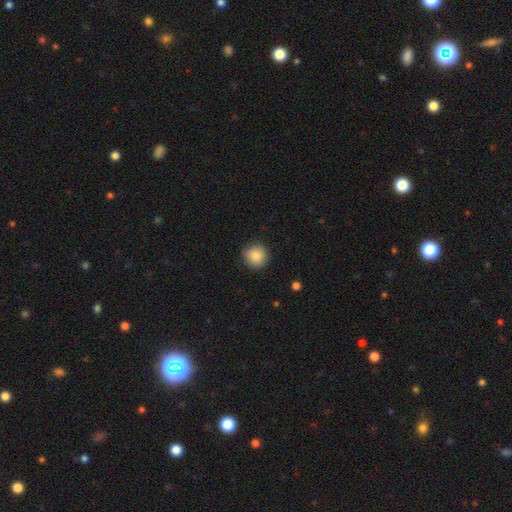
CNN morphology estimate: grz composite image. It shows a smooth galaxy with no disk features (86%) that is round (93%). Merging: none (88%).